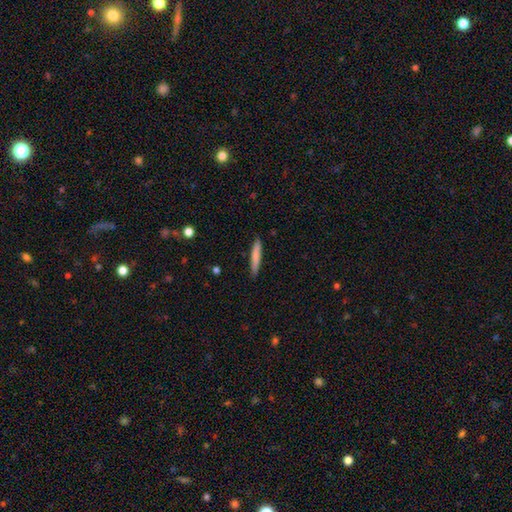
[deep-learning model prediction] Morphology: type=smooth (78%); roundness=cigar-shaped (93%); merging=none (88%).